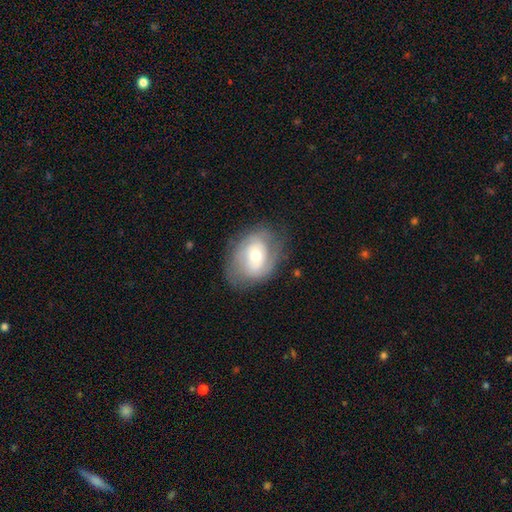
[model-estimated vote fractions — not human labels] smooth_or_featured: featured or disk (p=0.50) [alt: smooth p=0.43]
merging: none (p=0.67) [alt: minor disturbance p=0.21]